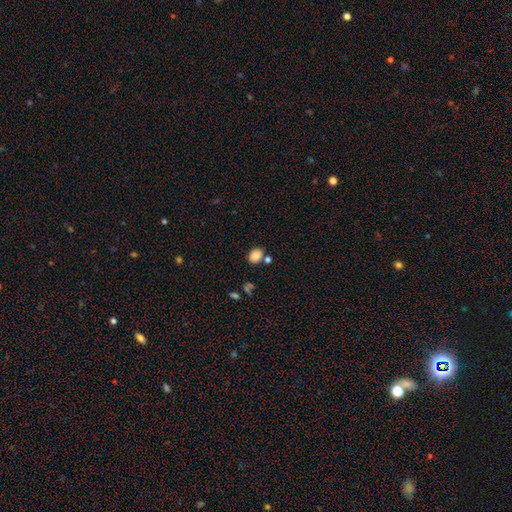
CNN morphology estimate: This appears to be a smooth galaxy with no disk features (85%) that is in between round and cigar-shaped (57%). Merging: none (72%).